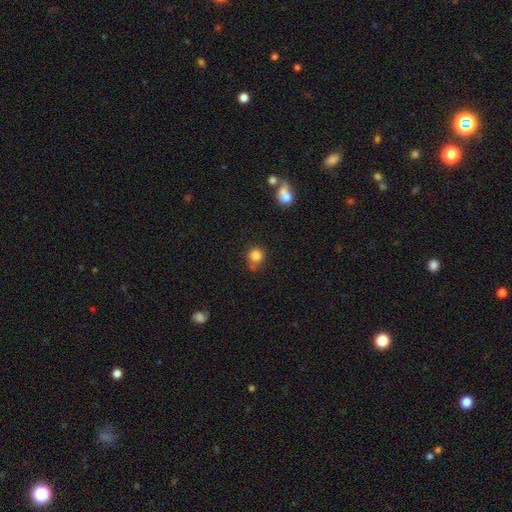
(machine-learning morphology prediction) Overall: smooth (84%). How rounded: round (90%). Merging: none (66%).